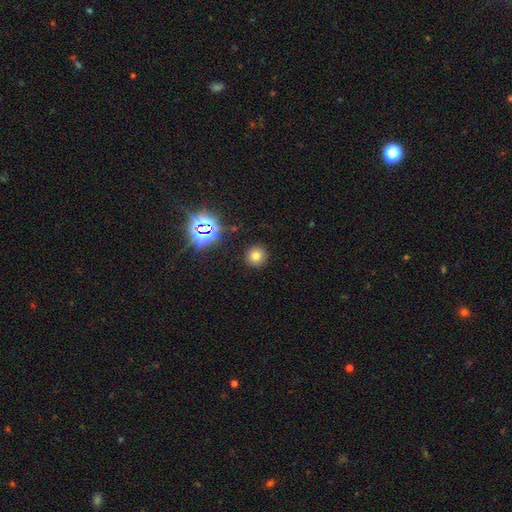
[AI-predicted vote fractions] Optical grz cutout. It shows a smooth galaxy with no disk features (72%) that is round (94%). Merging: none (90%).